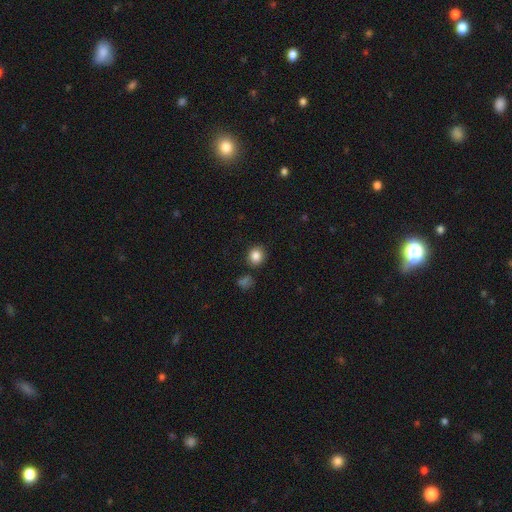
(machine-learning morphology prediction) smooth-or-featured: smooth: 84% | star or artifact: 10% | featured or disk: 5%
  how-rounded: round: 79% | in between: 20% | cigar-shaped: 1%
  merging: none: 84% | minor disturbance: 10% | merger: 4% | major disturbance: 3%